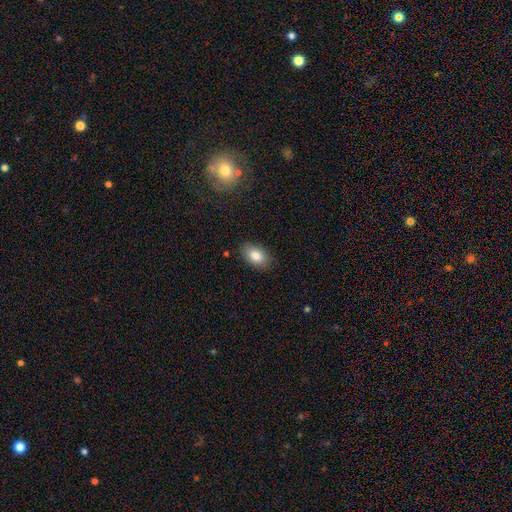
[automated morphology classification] This appears to be a smooth galaxy with no disk features (82%) that is in between round and cigar-shaped (91%). Merging: none (86%).